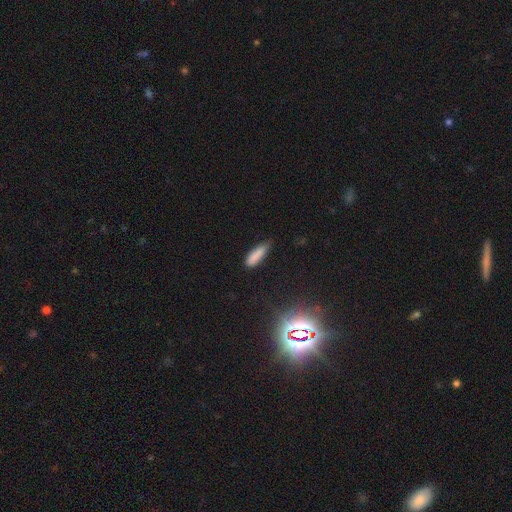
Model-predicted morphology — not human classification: Q: Smooth or featured?
A: smooth (83%); runner-up: star or artifact (10%)
Q: How rounded?
A: cigar-shaped (55%); runner-up: in between (43%)
Q: Merging?
A: none (53%); runner-up: minor disturbance (37%)